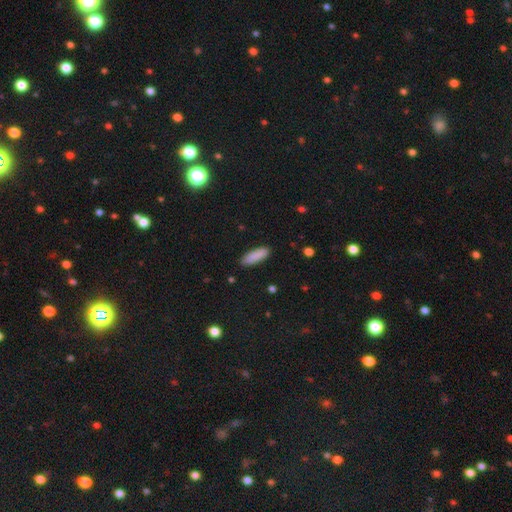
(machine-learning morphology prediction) This is clearly a smooth galaxy (88%). How rounded: possibly in between (51%). Merging: clearly none (88%).